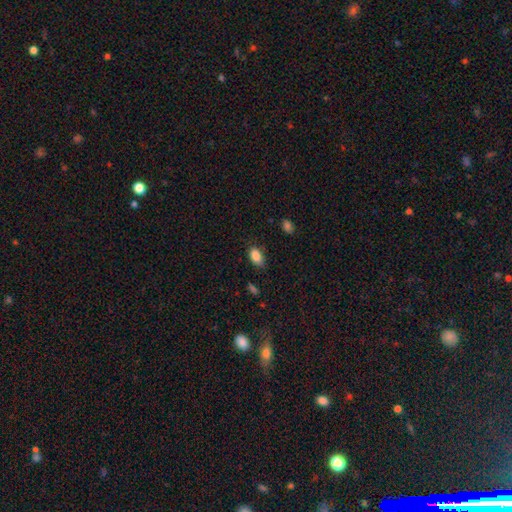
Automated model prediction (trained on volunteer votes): Overall: smooth (86%). How rounded: in between (90%). Merging: none (75%).